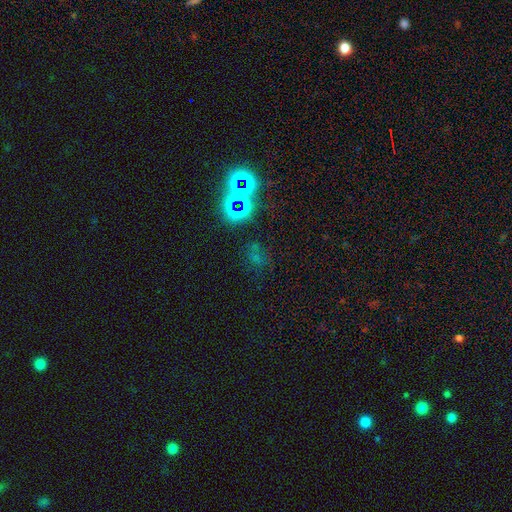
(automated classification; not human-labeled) smooth_or_featured: star or artifact (p=0.58) [alt: smooth p=0.29]